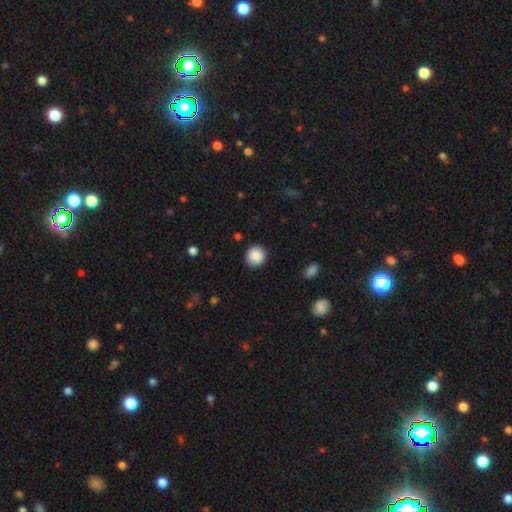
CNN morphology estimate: This is clearly a smooth galaxy (89%). How rounded: clearly round (92%). Merging: clearly none (91%).